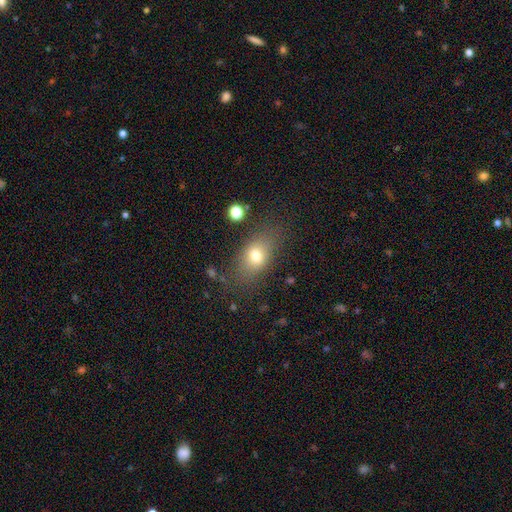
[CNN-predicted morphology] smooth_or_featured: smooth (p=0.74) [alt: featured or disk p=0.15]
how_rounded: in between (p=0.77) [alt: round p=0.18]
merging: none (p=0.75) [alt: minor disturbance p=0.15]